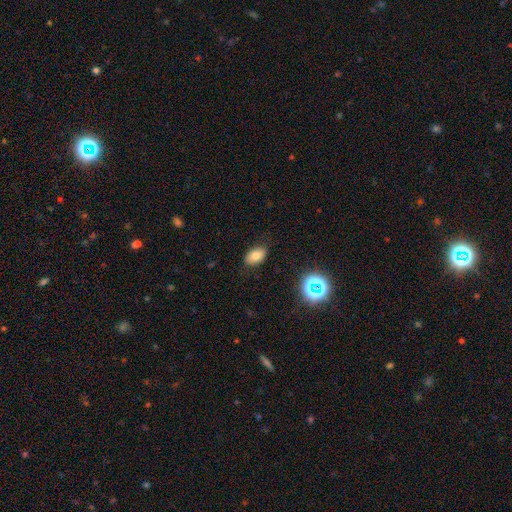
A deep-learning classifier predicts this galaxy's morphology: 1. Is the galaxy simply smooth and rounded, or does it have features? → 76% smooth, 13% star or artifact, 11% featured or disk.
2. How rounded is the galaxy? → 90% in between, 8% round, 2% cigar-shaped.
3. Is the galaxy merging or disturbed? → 83% none, 13% minor disturbance, 3% major disturbance, 1% merger.